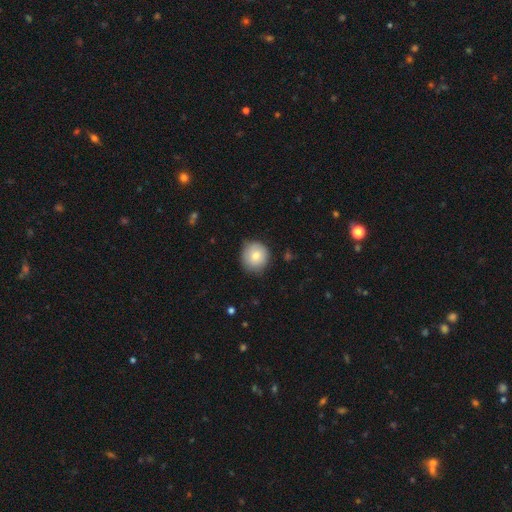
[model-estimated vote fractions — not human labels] Morphology: type=smooth (80%); roundness=round (89%); merging=none (78%).